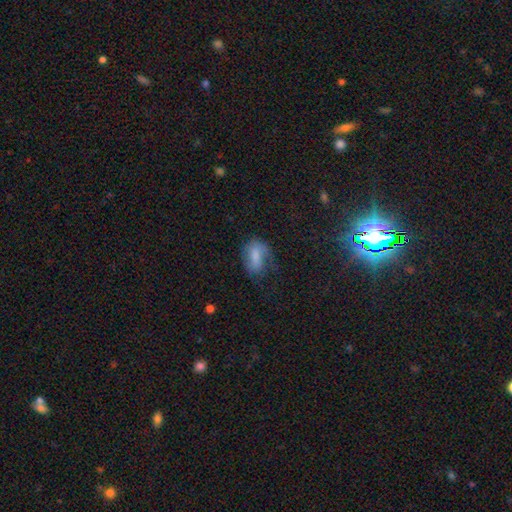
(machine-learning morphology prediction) Q: Smooth or featured?
A: smooth (64%); runner-up: featured or disk (26%)
Q: How rounded?
A: in between (87%); runner-up: round (11%)
Q: Merging?
A: none (38%); runner-up: major disturbance (31%)